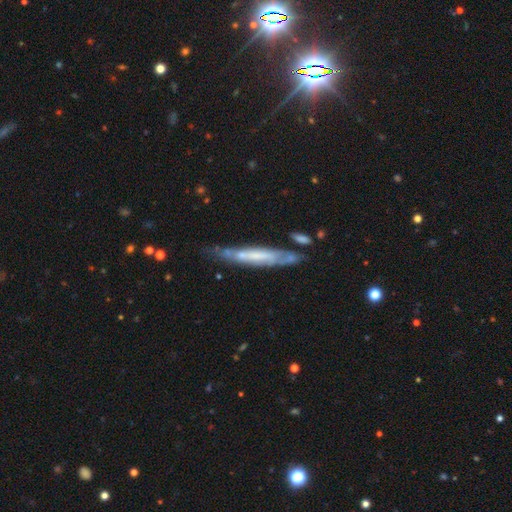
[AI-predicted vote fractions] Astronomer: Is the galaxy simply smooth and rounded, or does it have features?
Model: featured or disk — 59%.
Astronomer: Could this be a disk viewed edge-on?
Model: yes — 67%.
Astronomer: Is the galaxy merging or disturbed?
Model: none — 56%.